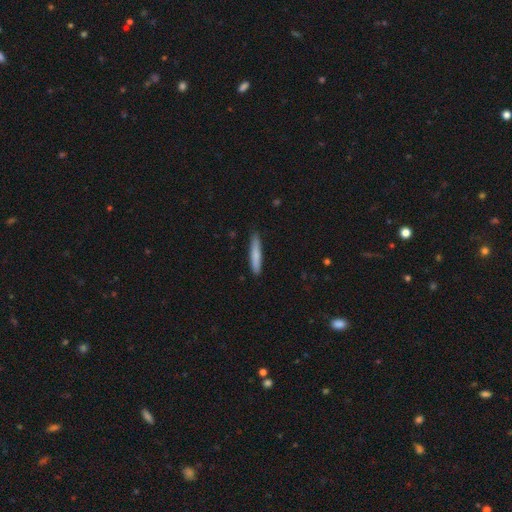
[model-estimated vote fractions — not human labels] This is likely a smooth galaxy (80%). How rounded: clearly cigar-shaped (92%). Merging: clearly none (86%).